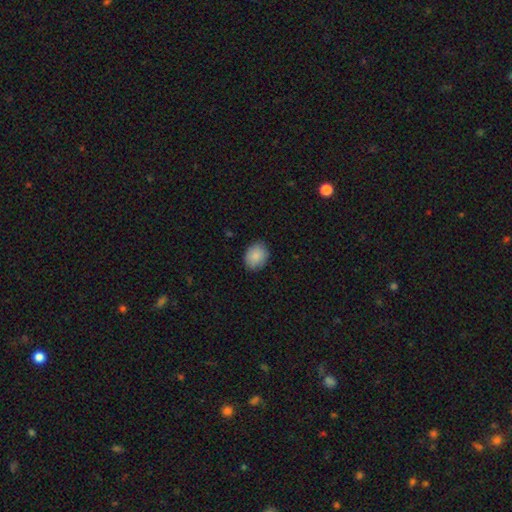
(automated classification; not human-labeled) smooth_or_featured: smooth (p=0.88) [alt: star or artifact p=0.07]
how_rounded: in between (p=0.53) [alt: round p=0.46]
merging: none (p=0.86) [alt: minor disturbance p=0.11]